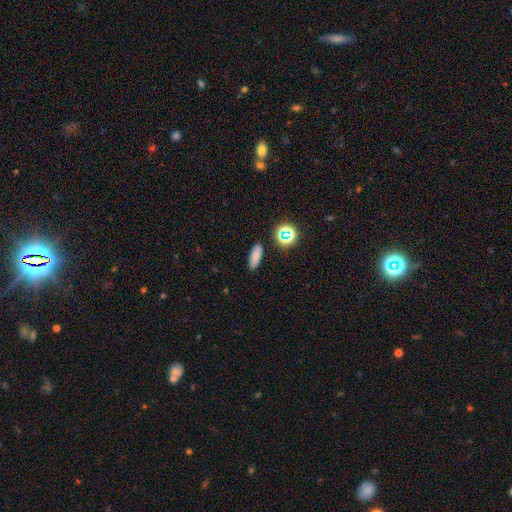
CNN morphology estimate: This appears to be a smooth galaxy with no disk features (78%) that is in between round and cigar-shaped (65%). Merging: none (87%).